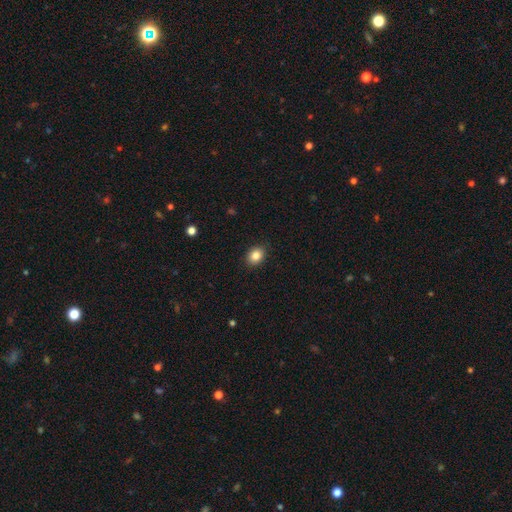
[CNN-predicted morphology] smooth_or_featured: smooth (p=0.85) [alt: star or artifact p=0.10]
how_rounded: in between (p=0.53) [alt: round p=0.46]
merging: none (p=0.89) [alt: minor disturbance p=0.08]